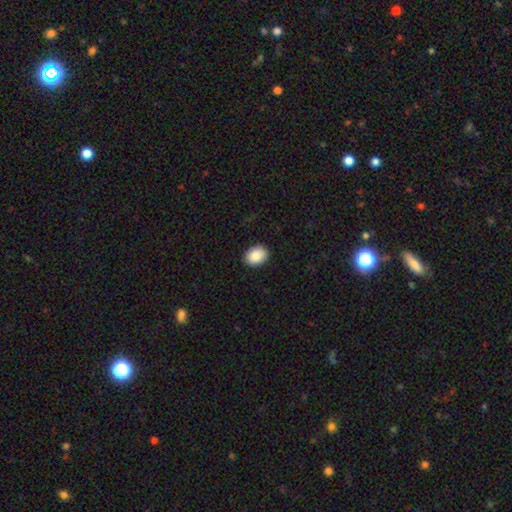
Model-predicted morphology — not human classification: This is clearly a smooth galaxy (89%). How rounded: likely in between (63%). Merging: clearly none (90%).